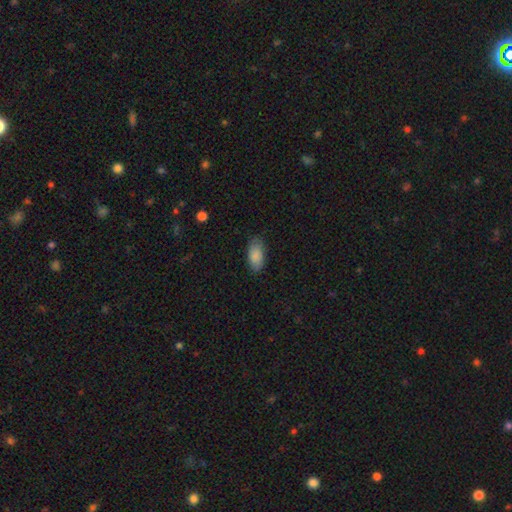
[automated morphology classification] This is clearly a smooth galaxy (87%). How rounded: clearly in between (92%). Merging: likely none (77%).